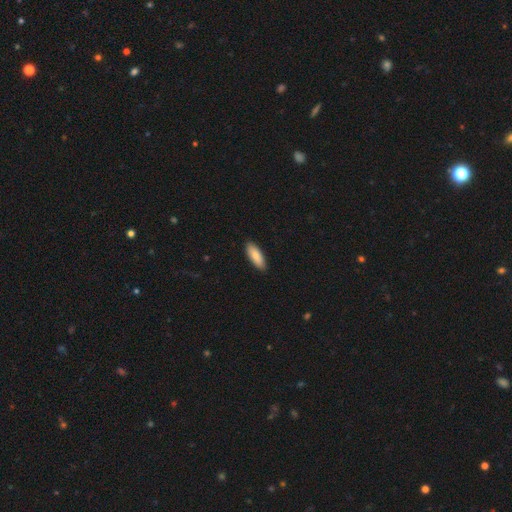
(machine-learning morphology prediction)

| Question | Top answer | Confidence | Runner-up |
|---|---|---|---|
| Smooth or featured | smooth | 86% | featured or disk (8%) |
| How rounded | in between | 70% | cigar-shaped (29%) |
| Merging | none | 90% | minor disturbance (8%) |